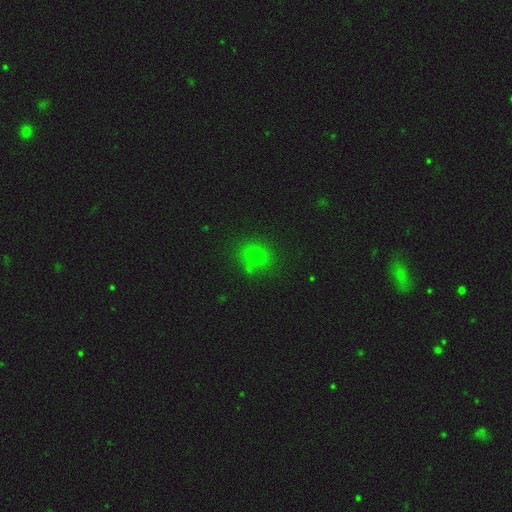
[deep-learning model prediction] A smooth galaxy with no disk features (73%) that is round (79%).

Vote fractions:
- Smooth or featured? smooth: 73% / star or artifact: 19% / featured or disk: 8%
- How rounded? round: 79% / in between: 20% / cigar-shaped: 1%
- Merging? none: 77% / minor disturbance: 12% / merger: 7% / major disturbance: 4%